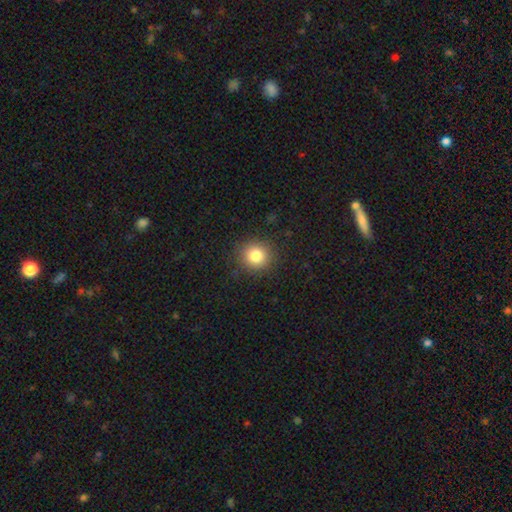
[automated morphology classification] This appears to be a smooth galaxy with no disk features (82%) that is round (90%). Merging: none (89%).